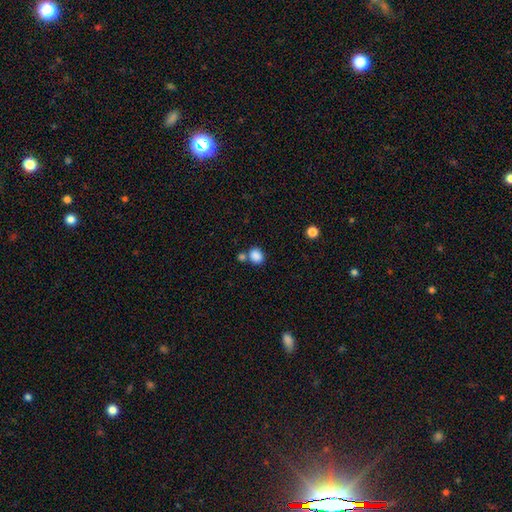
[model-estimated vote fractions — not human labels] A smooth galaxy with no disk features (86%) that is round (55%).

Vote fractions:
- Smooth or featured? smooth: 86% / star or artifact: 10% / featured or disk: 4%
- How rounded? round: 55% / in between: 44% / cigar-shaped: 1%
- Merging? none: 60% / merger: 25% / minor disturbance: 11% / major disturbance: 4%